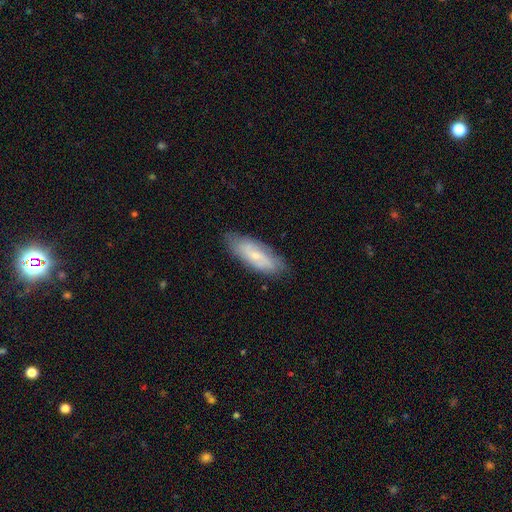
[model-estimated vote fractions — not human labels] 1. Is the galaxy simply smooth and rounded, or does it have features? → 50% featured or disk, 44% smooth, 7% star or artifact.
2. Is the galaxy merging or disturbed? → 79% none, 16% minor disturbance, 3% major disturbance, 1% merger.